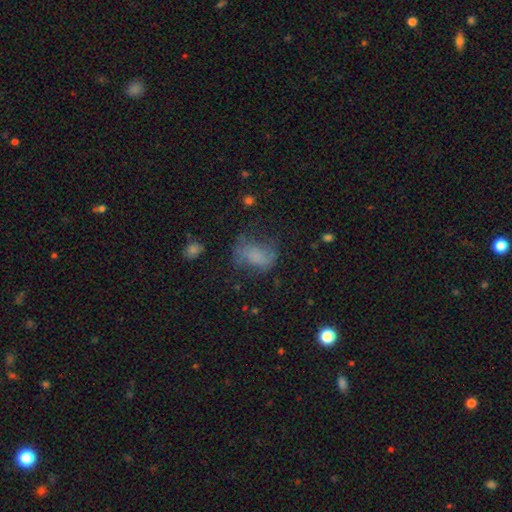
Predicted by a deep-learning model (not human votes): Q: Smooth or featured?
A: smooth (59%); runner-up: featured or disk (25%)
Q: How rounded?
A: in between (77%); runner-up: round (21%)
Q: Merging?
A: none (43%); runner-up: major disturbance (27%)